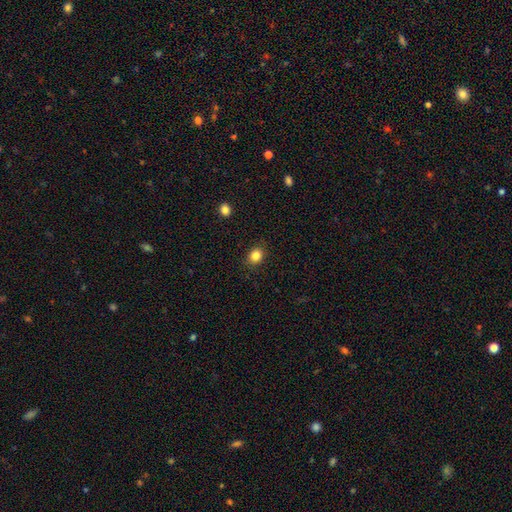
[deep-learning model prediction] This appears to be a smooth galaxy with no disk features (84%) that is round (55%). Merging: none (88%).